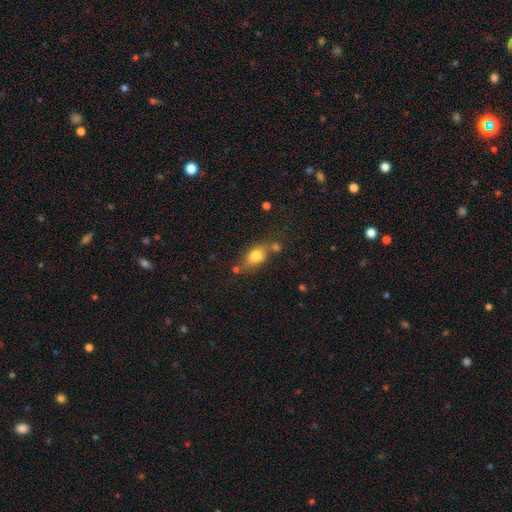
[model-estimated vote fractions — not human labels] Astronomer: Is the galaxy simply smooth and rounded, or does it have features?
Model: smooth — 76%.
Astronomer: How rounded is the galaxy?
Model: in between — 76%.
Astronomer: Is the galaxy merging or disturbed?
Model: none — 55%.